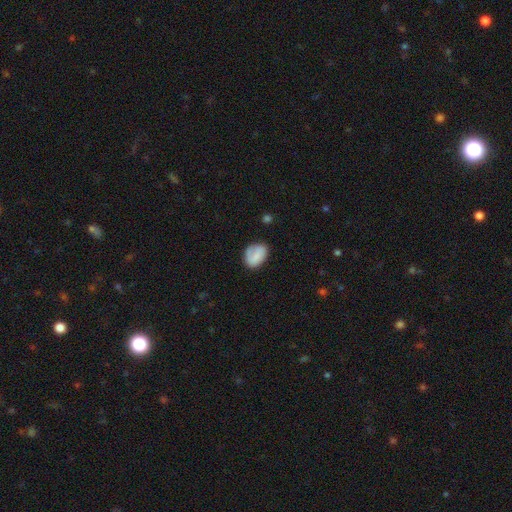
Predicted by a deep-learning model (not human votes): Smooth or featured?
  - smooth: 65% *
  - featured or disk: 28%
  - star or artifact: 8%
How rounded?
  - in between: 72% *
  - round: 27%
  - cigar-shaped: 1%
Merging?
  - none: 65% *
  - minor disturbance: 23%
  - major disturbance: 9%
  - merger: 2%